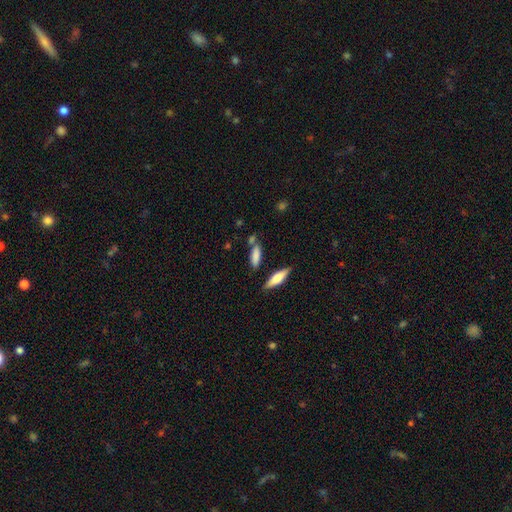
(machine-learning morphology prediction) Overall: smooth (78%). How rounded: cigar-shaped (50%; in between 47%). Merging: none (65%).